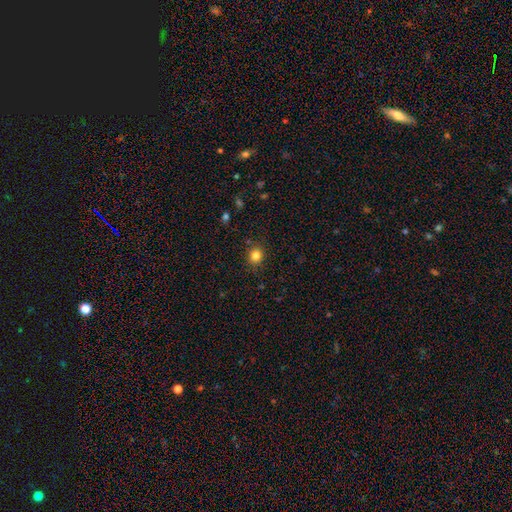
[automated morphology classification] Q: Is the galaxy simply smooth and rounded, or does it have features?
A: smooth — 83%.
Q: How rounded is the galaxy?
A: round — 80%.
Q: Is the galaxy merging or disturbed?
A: none — 87%.